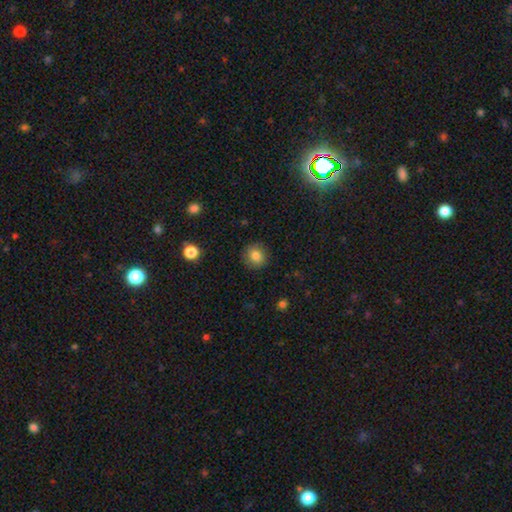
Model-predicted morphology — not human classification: Smooth or featured: smooth — 82% (star or artifact — 10%)
How rounded: round — 88% (in between — 11%)
Merging: none — 90% (minor disturbance — 7%)